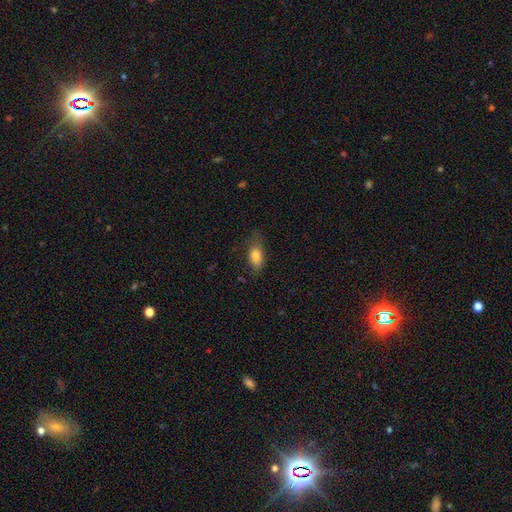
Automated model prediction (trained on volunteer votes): This is likely a smooth galaxy (78%). How rounded: clearly in between (83%). Merging: likely none (61%).